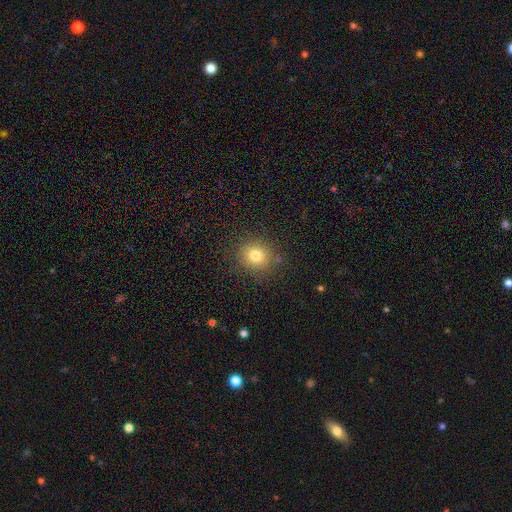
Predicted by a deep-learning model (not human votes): This is likely a smooth galaxy (77%). How rounded: clearly round (87%). Merging: clearly none (86%).